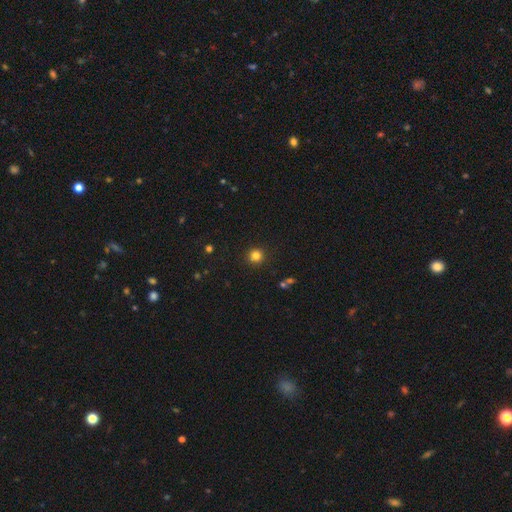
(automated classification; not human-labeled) Overall: smooth (82%). How rounded: round (94%). Merging: none (92%).